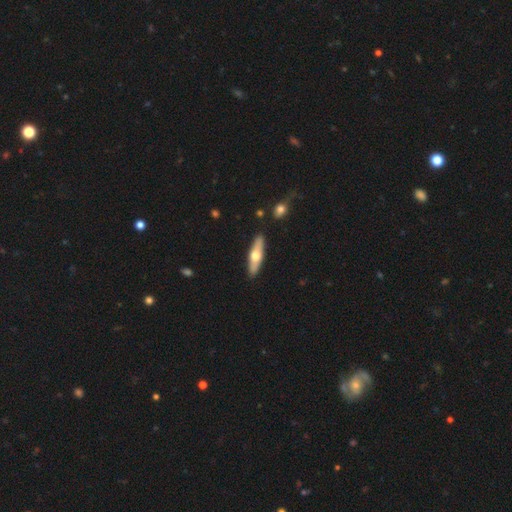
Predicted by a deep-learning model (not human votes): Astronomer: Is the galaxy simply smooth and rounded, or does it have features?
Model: featured or disk — 49% (runner-up: smooth, 46%).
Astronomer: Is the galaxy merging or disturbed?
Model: none — 89%.